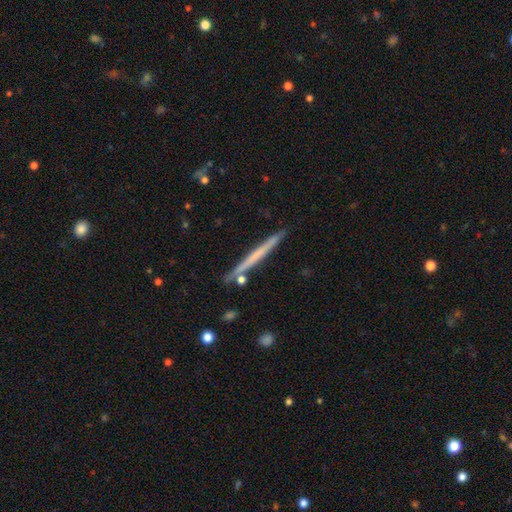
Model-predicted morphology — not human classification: Q: Smooth or featured?
A: featured or disk (48%); runner-up: smooth (46%)
Q: Merging?
A: none (87%); runner-up: minor disturbance (8%)